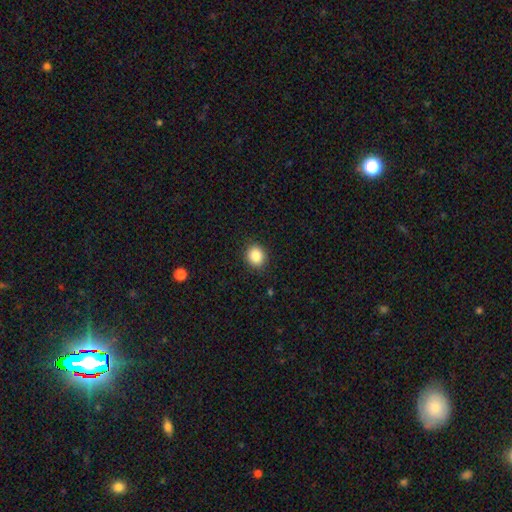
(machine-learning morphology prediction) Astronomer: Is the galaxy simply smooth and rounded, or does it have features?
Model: smooth — 86%.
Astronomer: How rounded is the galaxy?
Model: round — 75%.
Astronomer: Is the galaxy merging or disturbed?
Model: none — 90%.